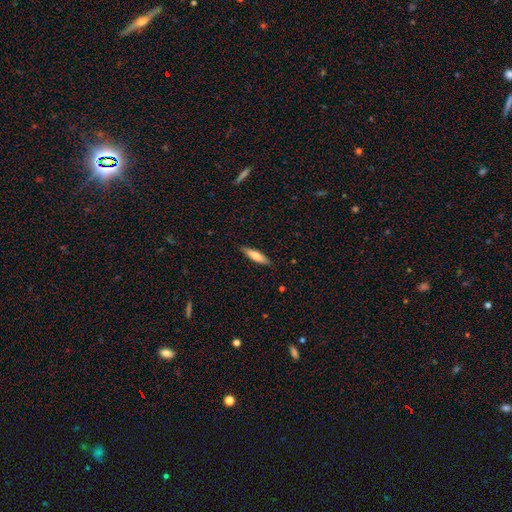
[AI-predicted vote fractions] This appears to be a smooth galaxy with no disk features (76%) that is cigar-shaped (71%). Merging: none (87%).